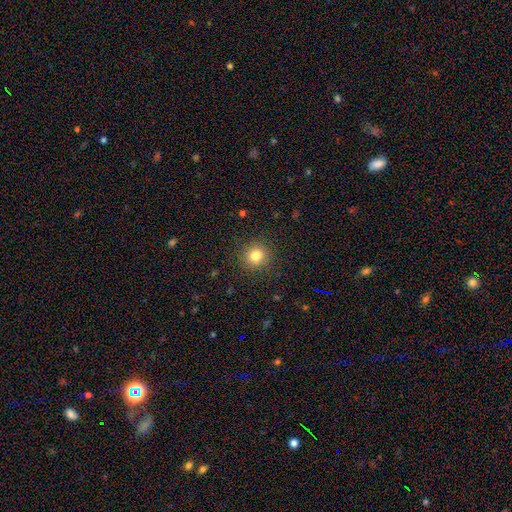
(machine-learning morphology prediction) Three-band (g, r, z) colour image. It shows a smooth galaxy with no disk features (81%) that is round (91%). Merging: none (90%).